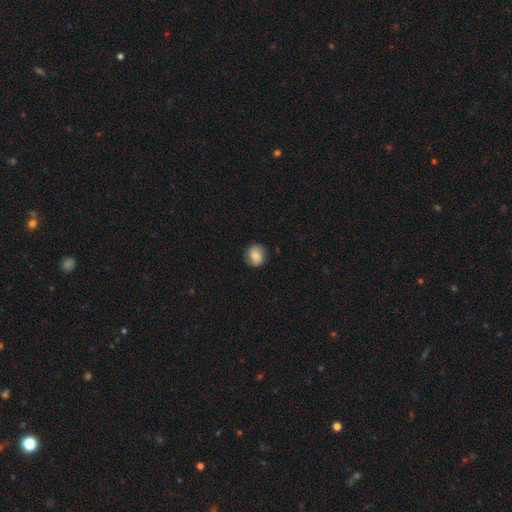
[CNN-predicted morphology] type=smooth (73%); roundness=round (79%); merging=none (83%).